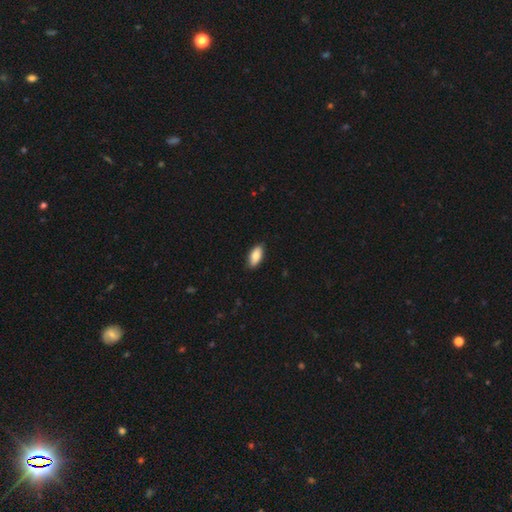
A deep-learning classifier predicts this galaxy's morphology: Smooth or featured? Predicted: smooth (p=0.84). How rounded? Predicted: in between (p=0.89). Merging? Predicted: none (p=0.87).